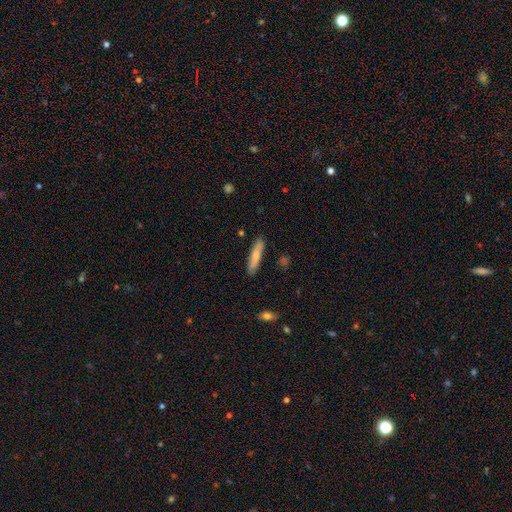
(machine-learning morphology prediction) This appears to be a smooth galaxy with no disk features (72%) that is cigar-shaped (88%). Merging: none (87%).